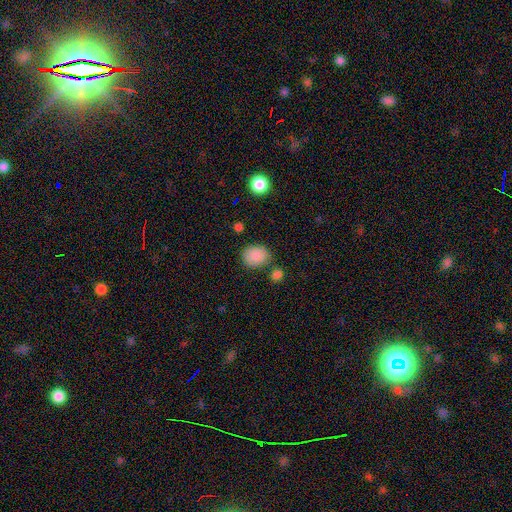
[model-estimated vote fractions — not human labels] Smooth or featured? Predicted: smooth (p=0.88). How rounded? Predicted: round (p=0.63). Merging? Predicted: none (p=0.74).